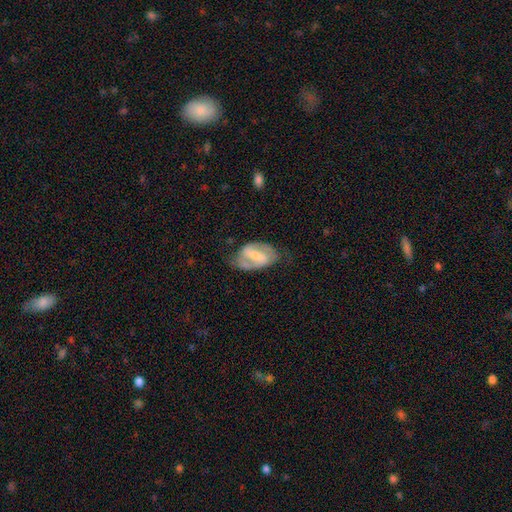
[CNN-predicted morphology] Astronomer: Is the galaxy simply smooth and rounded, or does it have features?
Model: featured or disk — 78%.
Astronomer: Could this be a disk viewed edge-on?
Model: no — 97%.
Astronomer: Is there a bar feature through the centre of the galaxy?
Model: strong — 50% (runner-up: weak, 37%).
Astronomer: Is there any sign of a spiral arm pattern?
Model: yes — 91%.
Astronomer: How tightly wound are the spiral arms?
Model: medium — 51%.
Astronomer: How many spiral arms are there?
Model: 2 — 88%.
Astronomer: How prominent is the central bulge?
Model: small — 41% (runner-up: moderate, 30%).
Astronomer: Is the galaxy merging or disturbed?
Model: none — 64%.